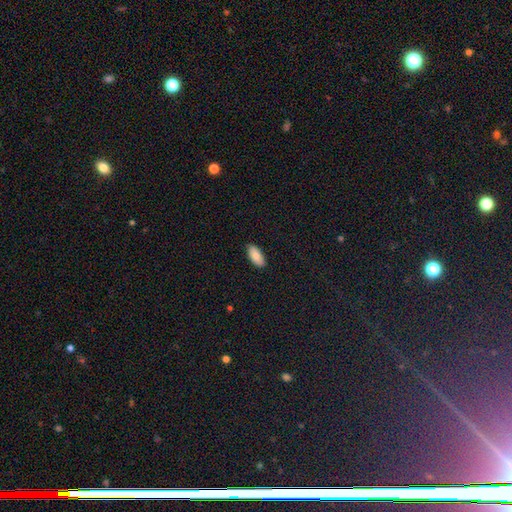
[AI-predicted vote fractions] This appears to be a smooth galaxy with no disk features (86%) that is in between round and cigar-shaped (89%). Merging: none (88%).